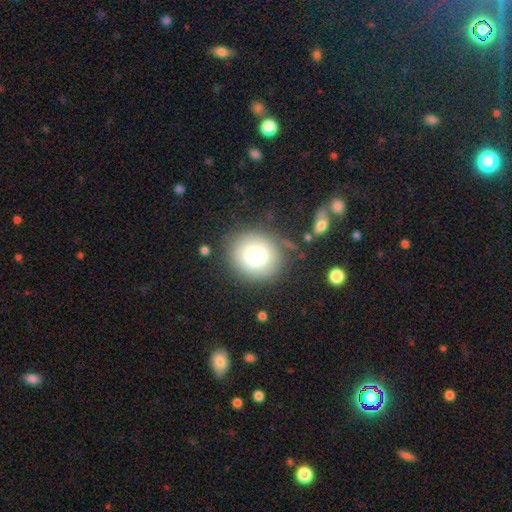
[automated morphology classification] A smooth galaxy with no disk features (75%) that is round (86%). Merging: none (78%).